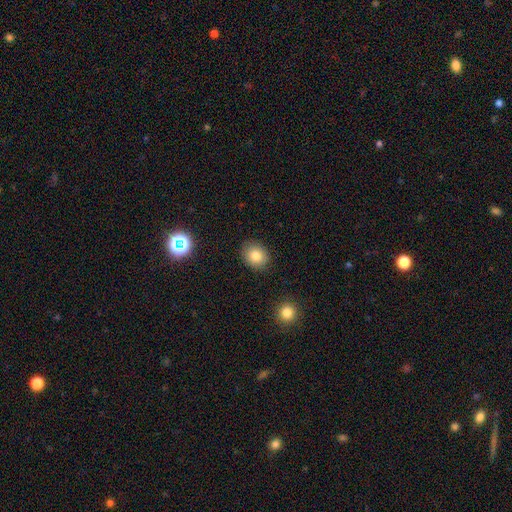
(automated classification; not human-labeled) smooth 82%, star or artifact 10%, featured or disk 8%. Down the decision tree: how rounded — round (62%); merging — none (88%).